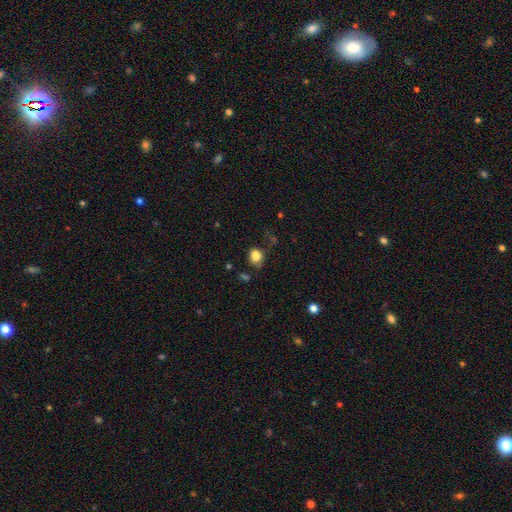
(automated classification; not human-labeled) This is clearly a smooth galaxy (83%). How rounded: likely round (61%). Merging: likely none (63%).